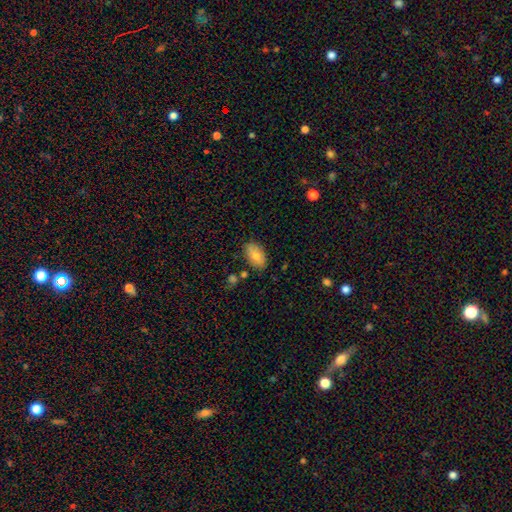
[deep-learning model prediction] Smooth or featured? Predicted: smooth (p=0.79). How rounded? Predicted: in between (p=0.92). Merging? Predicted: none (p=0.83).